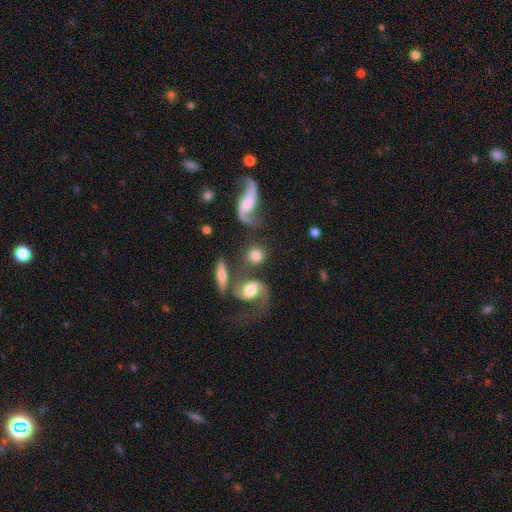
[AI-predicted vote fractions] A smooth galaxy with no disk features (60%) that is round (76%). Merging: none (46%).